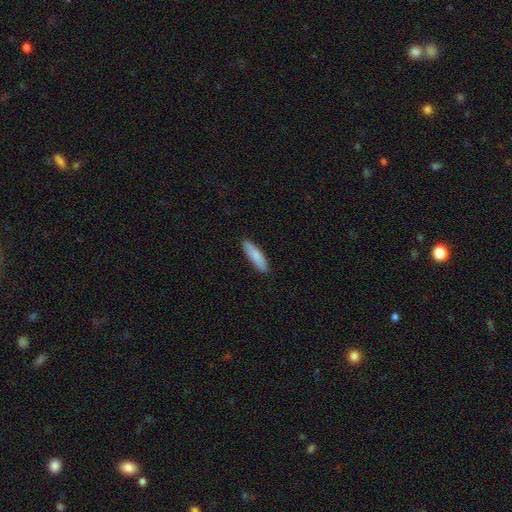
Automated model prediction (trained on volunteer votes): Morphology: type=smooth (85%); roundness=cigar-shaped (61%); merging=none (87%).